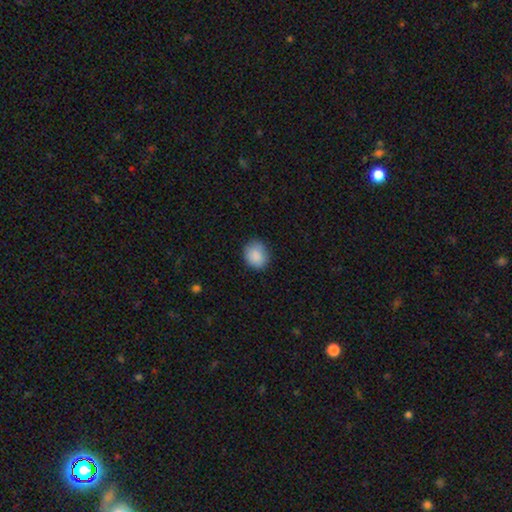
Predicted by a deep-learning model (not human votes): Smooth or featured?
  - smooth: 89% *
  - star or artifact: 7%
  - featured or disk: 4%
How rounded?
  - round: 68% *
  - in between: 31%
  - cigar-shaped: 1%
Merging?
  - none: 82% *
  - minor disturbance: 14%
  - major disturbance: 3%
  - merger: 1%